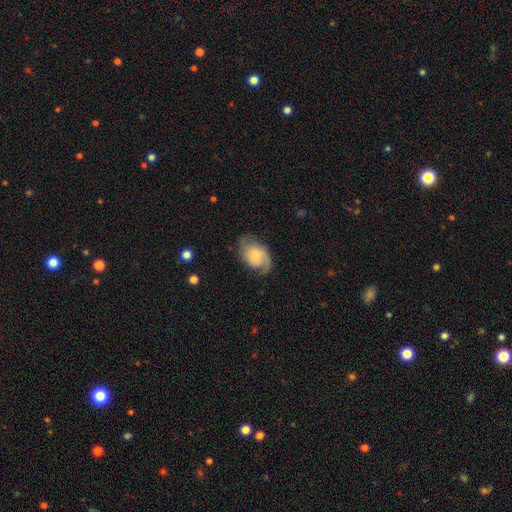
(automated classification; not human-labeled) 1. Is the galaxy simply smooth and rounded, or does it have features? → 67% featured or disk, 26% smooth, 7% star or artifact.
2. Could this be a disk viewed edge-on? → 97% no, 3% yes.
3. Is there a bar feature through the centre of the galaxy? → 61% no, 34% weak, 5% strong.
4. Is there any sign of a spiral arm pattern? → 93% yes, 7% no.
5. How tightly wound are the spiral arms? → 46% medium, 31% tight, 23% loose.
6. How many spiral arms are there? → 71% 2, 17% 1, 8% can't tell, 2% 3, 1% 4, 1% more than 4.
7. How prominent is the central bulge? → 53% small, 25% moderate, 14% none, 5% large, 2% dominant.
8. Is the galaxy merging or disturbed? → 69% none, 20% minor disturbance, 10% major disturbance, 1% merger.